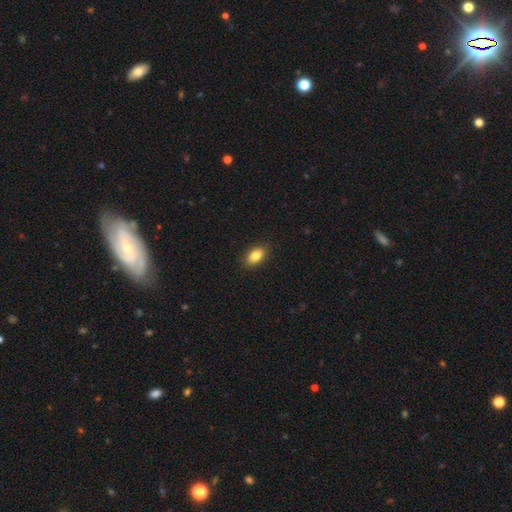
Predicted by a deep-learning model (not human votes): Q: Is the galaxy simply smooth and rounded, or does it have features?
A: smooth — 85%.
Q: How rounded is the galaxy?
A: in between — 90%.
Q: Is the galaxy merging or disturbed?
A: none — 89%.